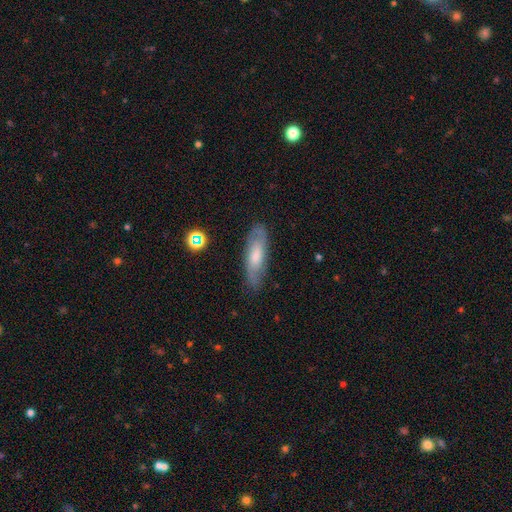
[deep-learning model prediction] The model was most divided on "smooth or featured" (2-way tie): smooth: 46%, featured or disk: 46%, star or artifact: 8%. More confident: merging — none (79%).